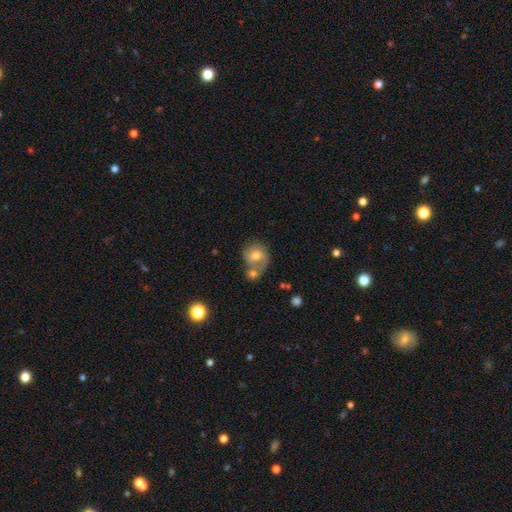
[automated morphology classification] smooth 65%, featured or disk 26%, star or artifact 9%. Down the decision tree: how rounded — round (70%); merging — merger (48%).